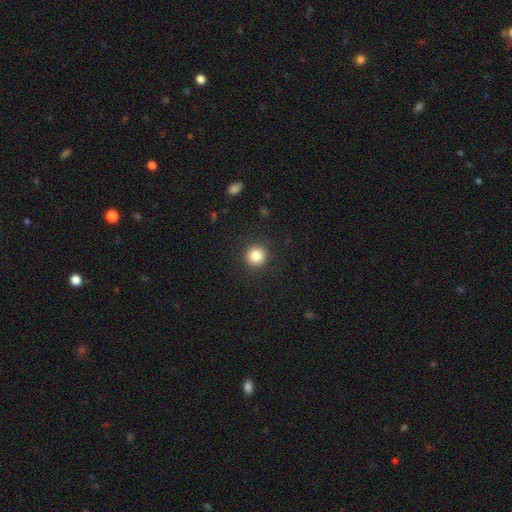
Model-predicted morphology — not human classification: A smooth galaxy with no disk features (83%) that is round (95%). Merging: none (92%).